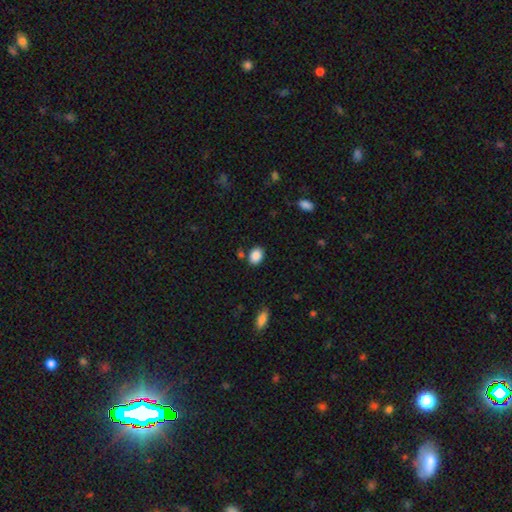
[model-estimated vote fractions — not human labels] smooth_or_featured: smooth (p=0.88) [alt: star or artifact p=0.08]
how_rounded: in between (p=0.71) [alt: round p=0.28]
merging: none (p=0.79) [alt: minor disturbance p=0.12]